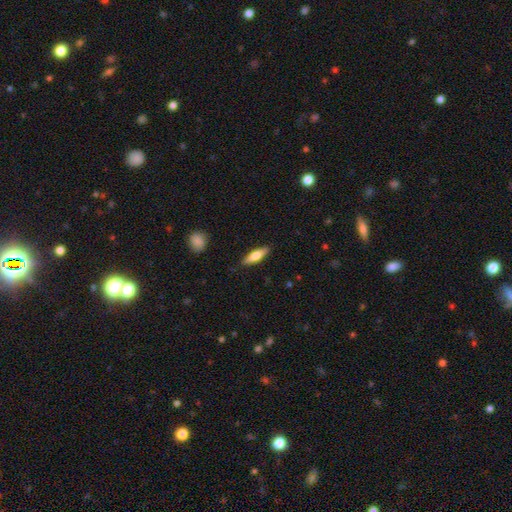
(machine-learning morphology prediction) Smooth or featured? smooth (60%)
How rounded? cigar-shaped (57%)
Merging? none (88%)